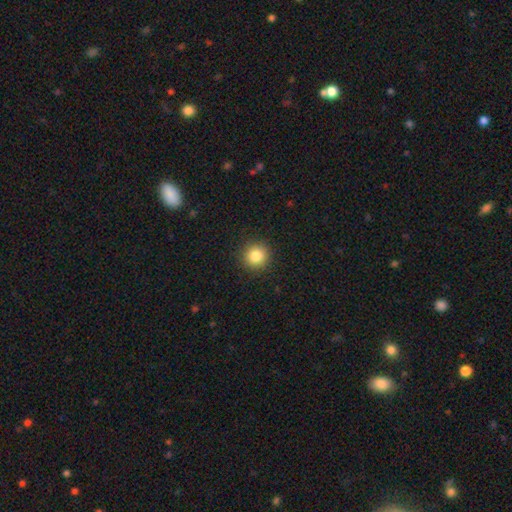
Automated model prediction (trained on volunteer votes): This appears to be a smooth galaxy with no disk features (84%) that is round (94%). Merging: none (91%).